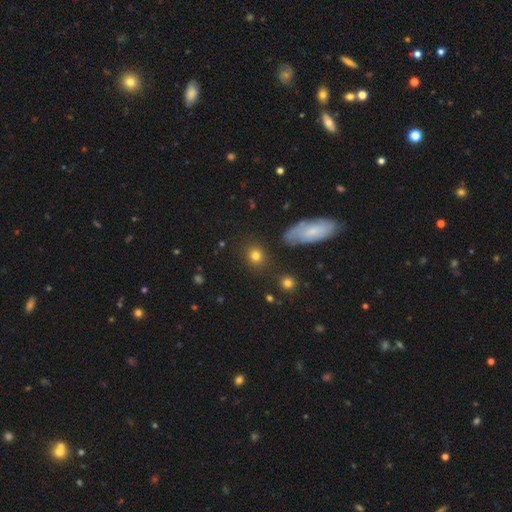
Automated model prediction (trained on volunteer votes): This appears to be a smooth galaxy with no disk features (79%) that is round (78%). Merging: none (85%).